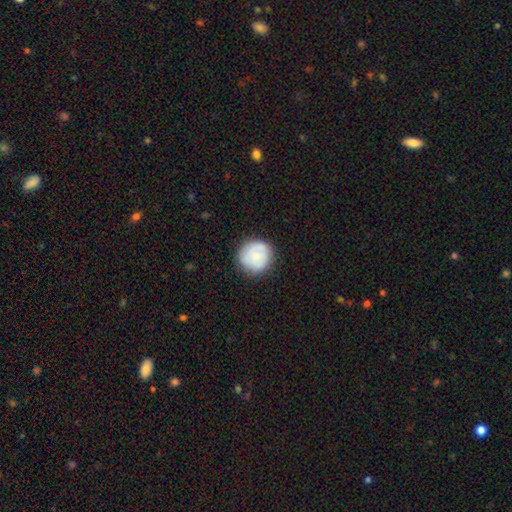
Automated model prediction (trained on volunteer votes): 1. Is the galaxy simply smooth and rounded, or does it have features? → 72% smooth, 22% featured or disk, 7% star or artifact.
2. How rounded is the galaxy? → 94% round, 5% in between, 1% cigar-shaped.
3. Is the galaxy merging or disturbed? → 83% none, 13% minor disturbance, 3% major disturbance, 1% merger.